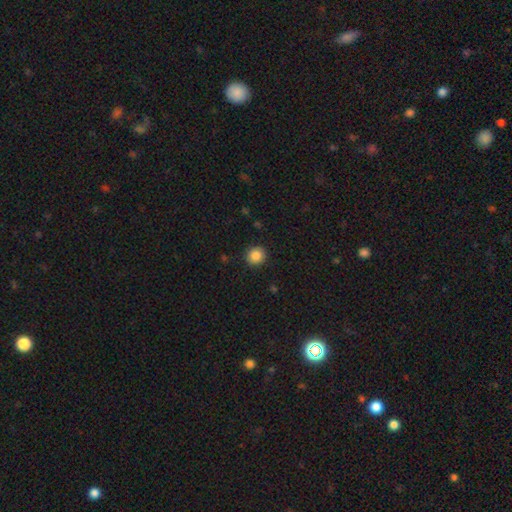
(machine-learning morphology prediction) A smooth galaxy with no disk features (86%) that is round (90%).

Vote fractions:
- Smooth or featured? smooth: 86% / star or artifact: 10% / featured or disk: 5%
- How rounded? round: 90% / in between: 9% / cigar-shaped: 1%
- Merging? none: 91% / minor disturbance: 6% / major disturbance: 2% / merger: 1%